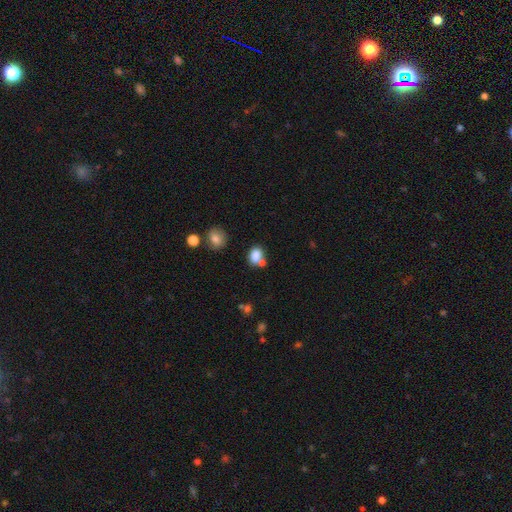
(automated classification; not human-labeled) Overall: smooth (82%). How rounded: in between (69%; round 30%). Merging: none (53%; merger 29%).